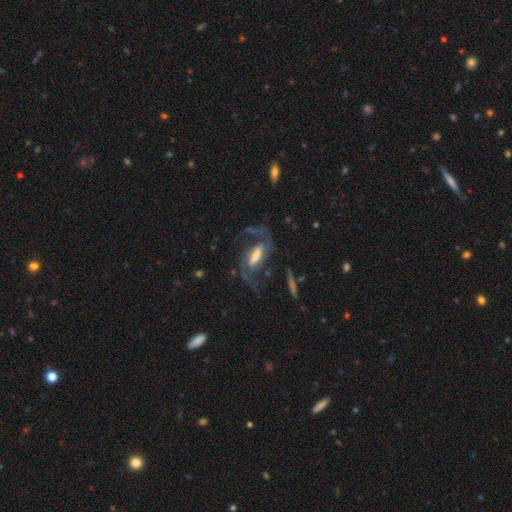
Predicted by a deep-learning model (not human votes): Smooth or featured?
  - featured or disk: 82% *
  - smooth: 11%
  - star or artifact: 7%
Edge-on disk?
  - no: 93% *
  - yes: 7%
Bar?
  - strong: 44% *
  - weak: 38%
  - no: 17%
Spiral arms?
  - yes: 94% *
  - no: 6%
Spiral winding?
  - loose: 48% *
  - medium: 41%
  - tight: 11%
Spiral arm count?
  - 2: 90% *
  - can't tell: 3%
  - 1: 3%
  - 3: 1%
  - 4: 1%
  - more than 4: 1%
Bulge size?
  - moderate: 34% * (tied)
  - large: 34% * (tied)
  - small: 16%
  - none: 12%
  - dominant: 4%
Merging?
  - none: 58% *
  - major disturbance: 23%
  - minor disturbance: 16%
  - merger: 3%